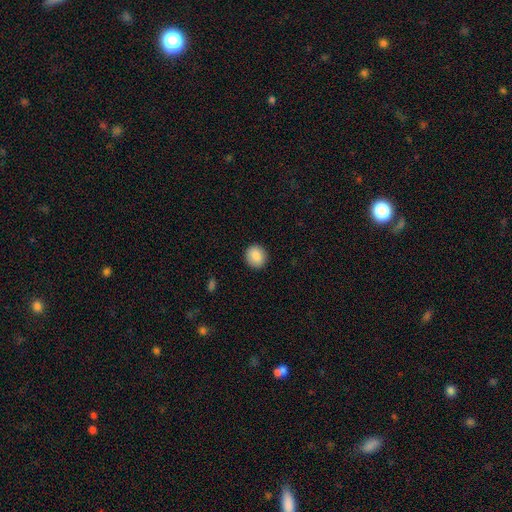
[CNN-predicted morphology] smooth-or-featured: smooth: 87% | star or artifact: 8% | featured or disk: 5%
  how-rounded: round: 81% | in between: 19% | cigar-shaped: 1%
  merging: none: 91% | minor disturbance: 6% | major disturbance: 2% | merger: 1%